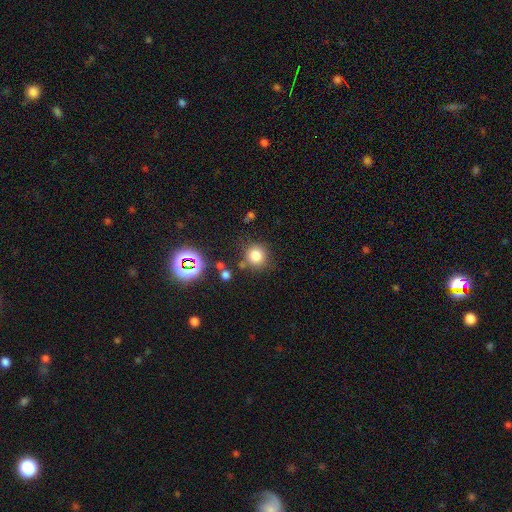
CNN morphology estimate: smooth_or_featured: smooth (p=0.78) [alt: star or artifact p=0.15]
how_rounded: round (p=0.91) [alt: in between p=0.08]
merging: none (p=0.79) [alt: minor disturbance p=0.11]